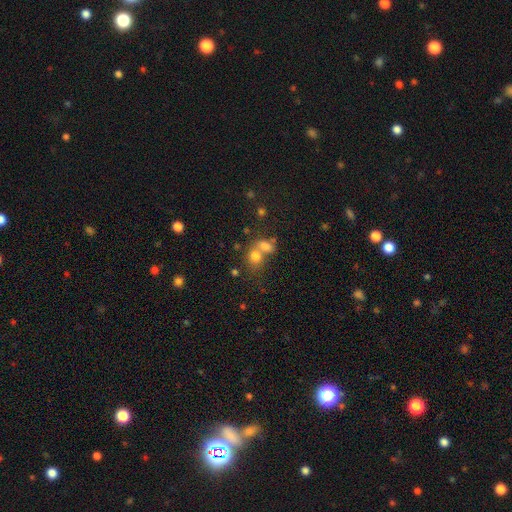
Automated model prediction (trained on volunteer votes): A smooth galaxy with no disk features (74%) that is in between round and cigar-shaped (51%).

Vote fractions:
- Smooth or featured? smooth: 74% / star or artifact: 14% / featured or disk: 12%
- How rounded? in between: 51% / round: 47% / cigar-shaped: 2%
- Merging? merger: 56% / none: 31% / minor disturbance: 8% / major disturbance: 5%